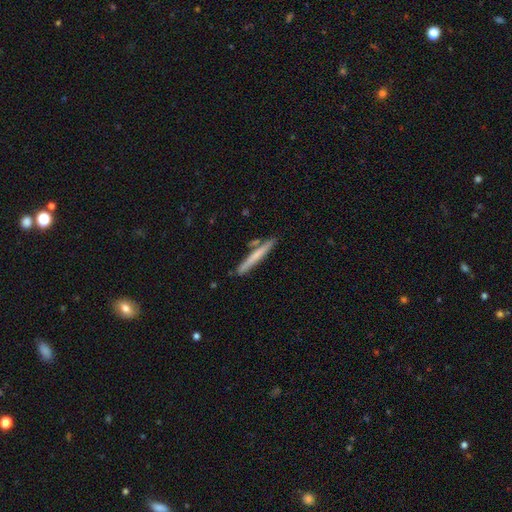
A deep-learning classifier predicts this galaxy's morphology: Smooth or featured?
  - smooth: 60% *
  - featured or disk: 34%
  - star or artifact: 6%
How rounded?
  - cigar-shaped: 96% *
  - in between: 2%
  - round: 1%
Merging?
  - none: 83% *
  - minor disturbance: 9%
  - merger: 6%
  - major disturbance: 2%